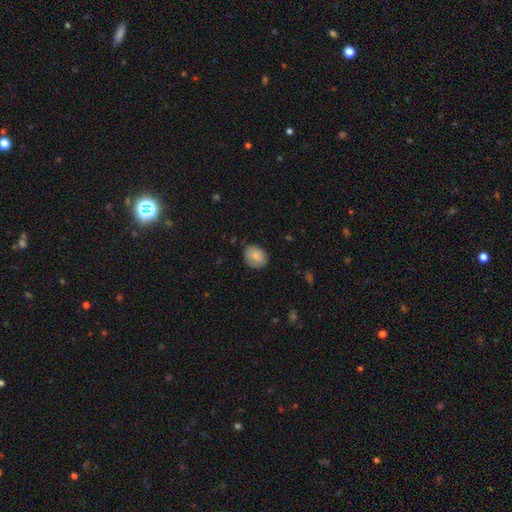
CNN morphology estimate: smooth_or_featured: smooth (p=0.81) [alt: featured or disk p=0.12]
how_rounded: round (p=0.58) [alt: in between p=0.41]
merging: none (p=0.75) [alt: minor disturbance p=0.20]